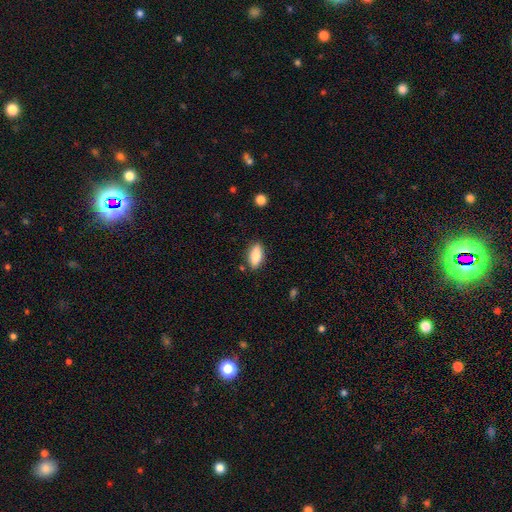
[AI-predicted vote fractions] Smooth or featured? smooth (82%)
How rounded? in between (77%)
Merging? none (85%)